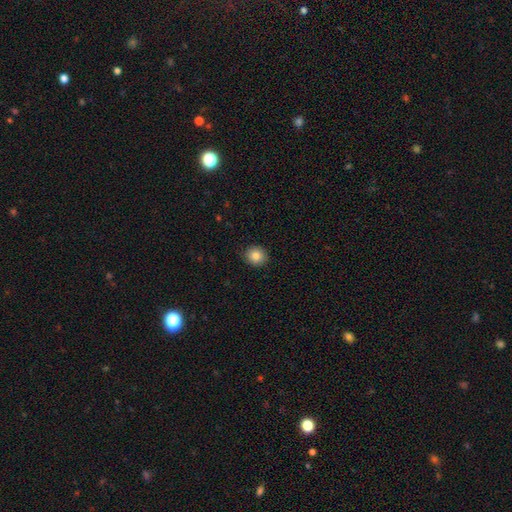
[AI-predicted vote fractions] Smooth or featured? smooth (85%)
How rounded? round (82%)
Merging? none (88%)